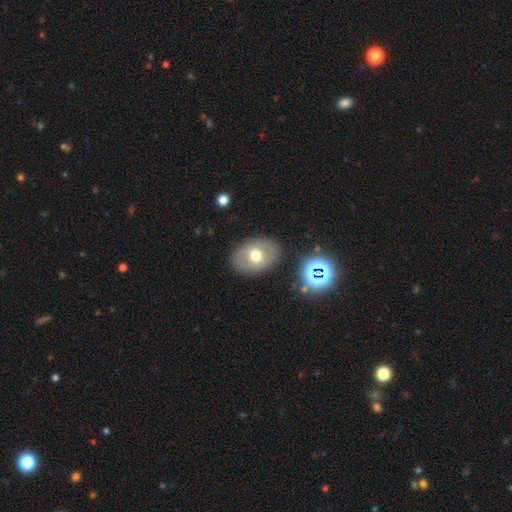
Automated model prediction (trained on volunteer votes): smooth_or_featured: smooth (p=0.56) [alt: featured or disk p=0.35]
how_rounded: in between (p=0.71) [alt: round p=0.28]
merging: none (p=0.84) [alt: minor disturbance p=0.10]